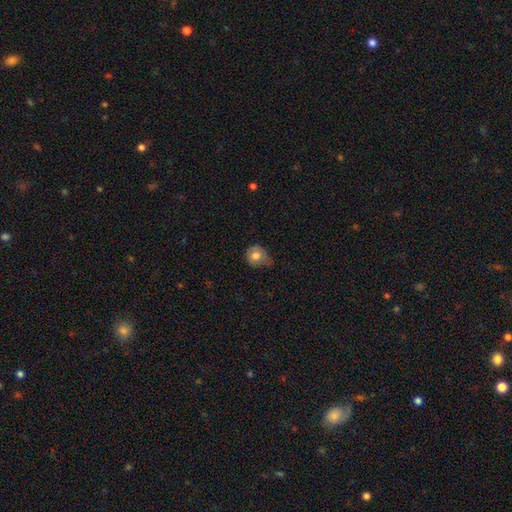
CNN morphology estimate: smooth 77%, featured or disk 14%, star or artifact 9%. Down the decision tree: how rounded — round (72%); merging — minor disturbance (43%).